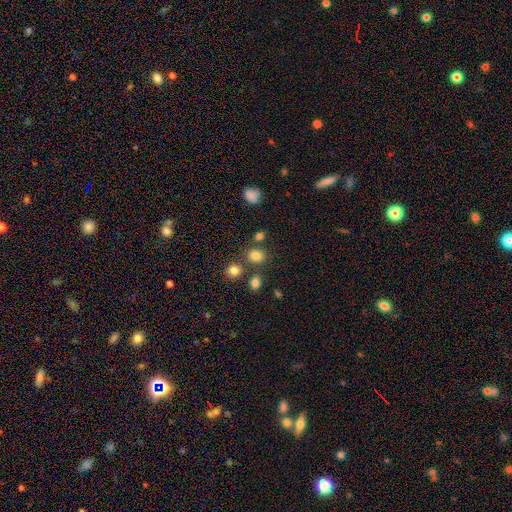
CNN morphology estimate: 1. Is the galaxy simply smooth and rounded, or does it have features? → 80% smooth, 14% star or artifact, 6% featured or disk.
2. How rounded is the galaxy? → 66% round, 33% in between, 1% cigar-shaped.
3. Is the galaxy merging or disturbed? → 73% none, 13% merger, 10% minor disturbance, 4% major disturbance.